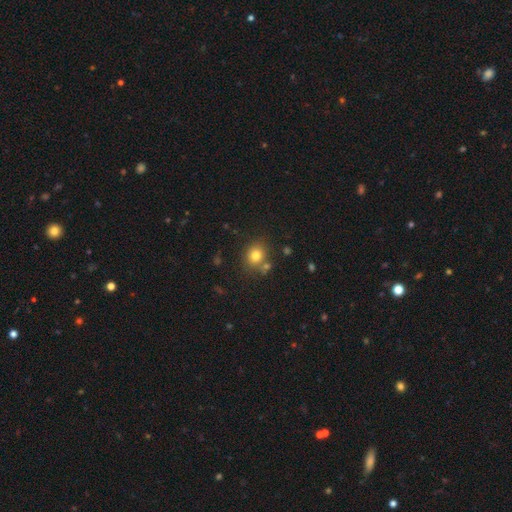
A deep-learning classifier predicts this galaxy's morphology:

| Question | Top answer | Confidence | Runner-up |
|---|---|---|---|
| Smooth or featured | smooth | 80% | star or artifact (12%) |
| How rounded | round | 73% | in between (26%) |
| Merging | none | 72% | merger (13%) |